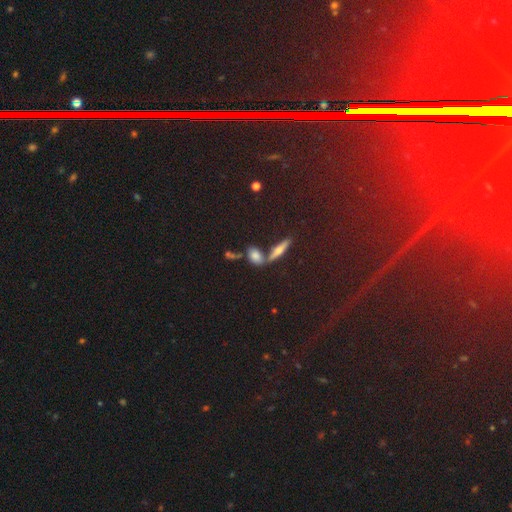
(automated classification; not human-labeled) Overall: smooth (62%; featured or disk 23%). How rounded: in between (64%). Merging: none (59%; merger 24%).